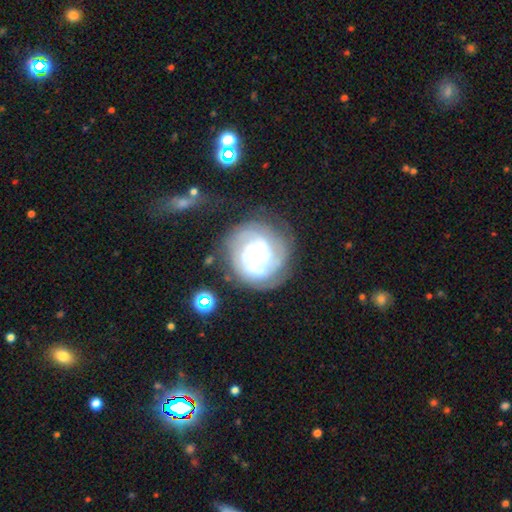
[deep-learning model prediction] The model was most divided on "spiral arm count": can't tell: 44%, 2: 25%, 3: 13%, 1: 8%, 4: 6%, more than 4: 4%. More confident: edge-on disk — no (98%); spiral arms — yes (78%); bar — no (75%); smooth or featured — featured or disk (74%); spiral winding — tight (71%); bulge size — small (61%); merging — none (59%).